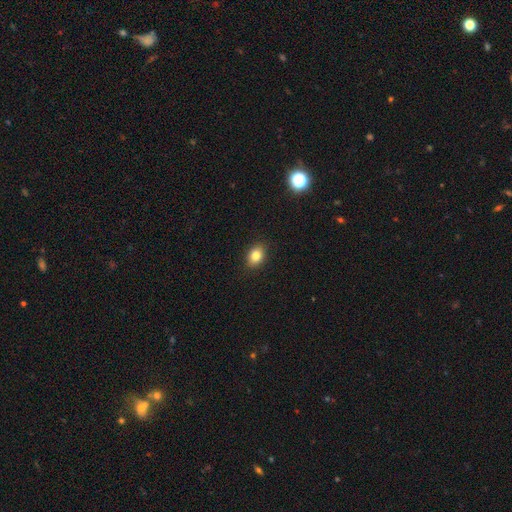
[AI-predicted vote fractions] Overall: smooth (83%). How rounded: in between (69%; round 30%). Merging: none (89%).